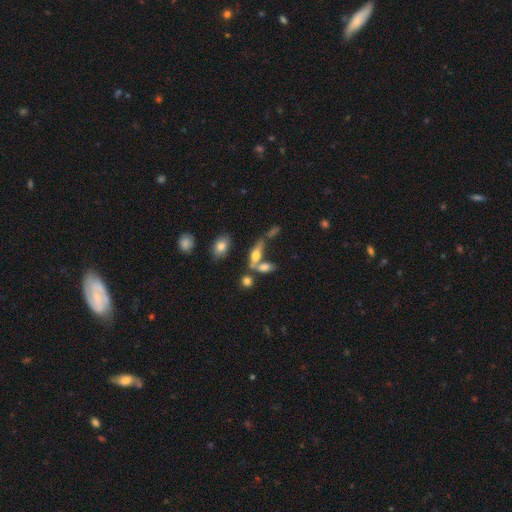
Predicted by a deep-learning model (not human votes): Morphology: type=smooth (57%); roundness=in between (63%); merging=merger (40%).